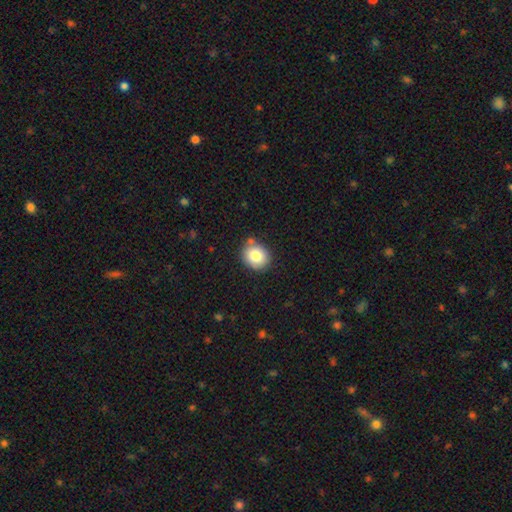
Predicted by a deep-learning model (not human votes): Smooth or featured? Predicted: smooth (p=0.82). How rounded? Predicted: round (p=0.72). Merging? Predicted: none (p=0.78).